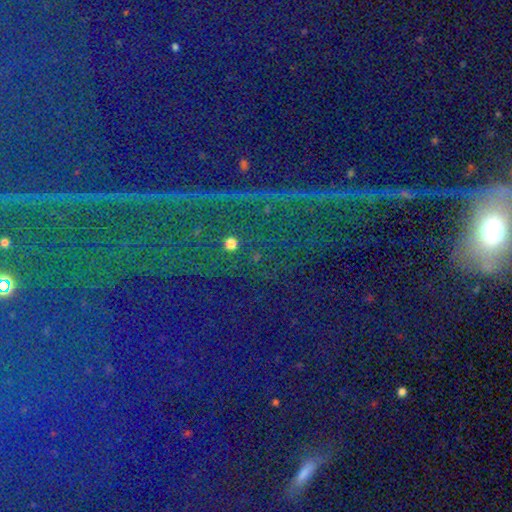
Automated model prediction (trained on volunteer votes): This is clearly a star or artifact rather than a galaxy (82%).